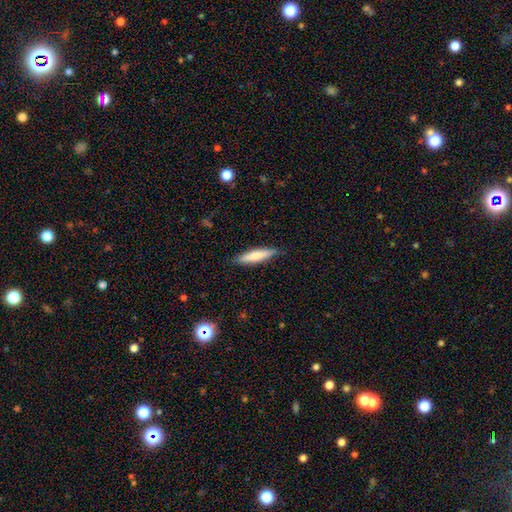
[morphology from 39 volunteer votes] Smooth or featured: smooth — 69% (featured or disk — 26%)
How rounded: cigar-shaped — 81% (in between — 19%)
Merging: none — 89% (minor disturbance — 11%)